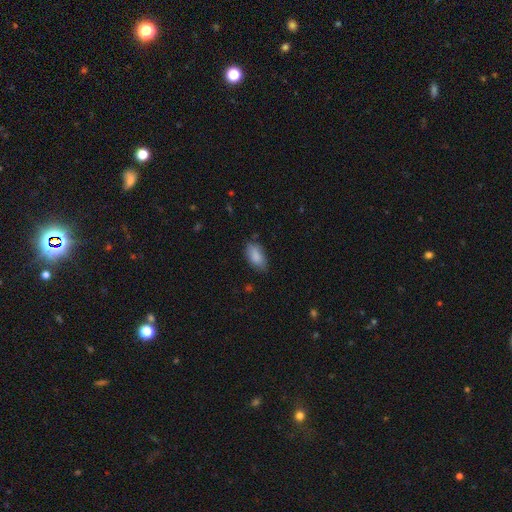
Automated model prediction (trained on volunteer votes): Smooth or featured?
  - smooth: 87% *
  - star or artifact: 7%
  - featured or disk: 6%
How rounded?
  - in between: 92% *
  - cigar-shaped: 5%
  - round: 3%
Merging?
  - none: 73% *
  - minor disturbance: 21%
  - major disturbance: 4%
  - merger: 1%